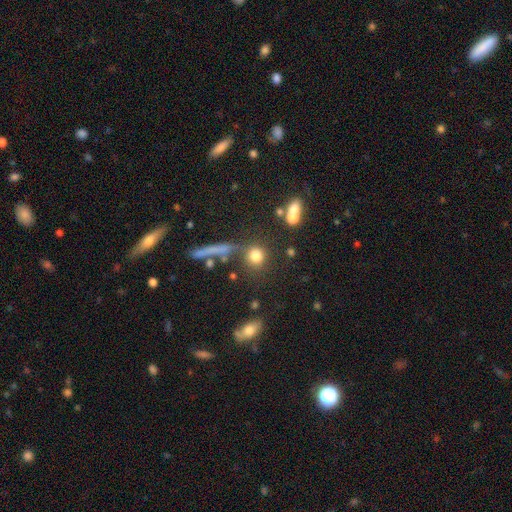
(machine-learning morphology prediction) type=smooth (77%); roundness=round (84%); merging=none (73%).